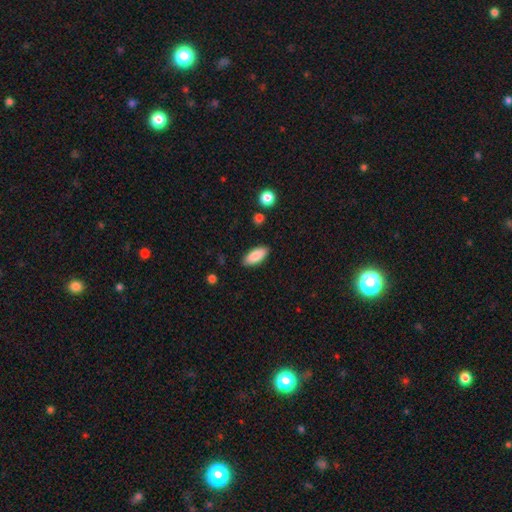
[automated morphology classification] This appears to be a smooth galaxy with no disk features (86%) that is in between round and cigar-shaped (82%). Merging: none (88%).